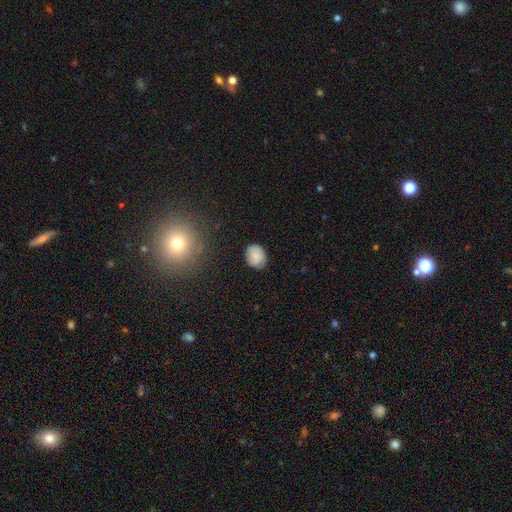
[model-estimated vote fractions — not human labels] The model was most divided on "how rounded": round: 52%, in between: 47%, cigar-shaped: 1%. More confident: merging — none (78%); smooth or featured — smooth (77%).